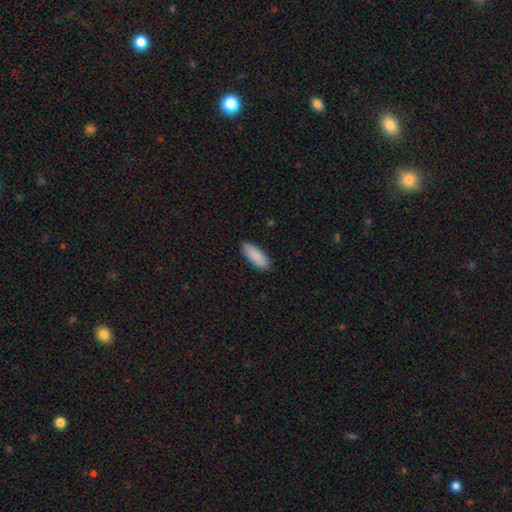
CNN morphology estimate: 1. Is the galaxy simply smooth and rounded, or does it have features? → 89% smooth, 6% star or artifact, 5% featured or disk.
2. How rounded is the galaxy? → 73% in between, 25% cigar-shaped, 2% round.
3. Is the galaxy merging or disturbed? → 88% none, 9% minor disturbance, 2% major disturbance, 1% merger.